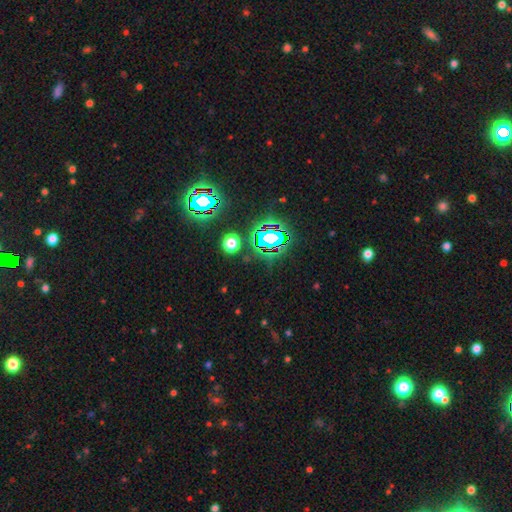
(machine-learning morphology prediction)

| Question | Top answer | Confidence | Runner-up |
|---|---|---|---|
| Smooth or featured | star or artifact | 79% | smooth (12%) |